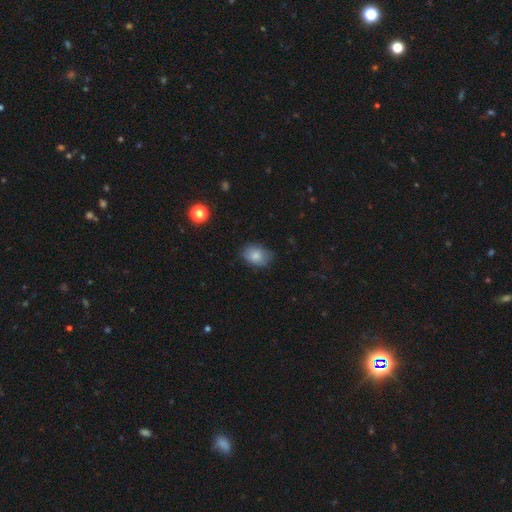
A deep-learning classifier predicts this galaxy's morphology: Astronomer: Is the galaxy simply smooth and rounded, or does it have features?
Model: smooth — 83%.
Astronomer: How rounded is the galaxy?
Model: in between — 73%.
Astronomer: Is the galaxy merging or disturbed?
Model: none — 76%.